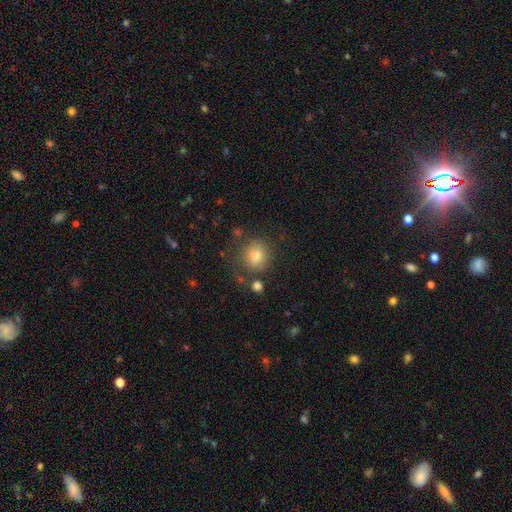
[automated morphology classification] Q: Smooth or featured?
A: smooth (78%); runner-up: star or artifact (12%)
Q: How rounded?
A: round (80%); runner-up: in between (19%)
Q: Merging?
A: none (74%); runner-up: minor disturbance (14%)